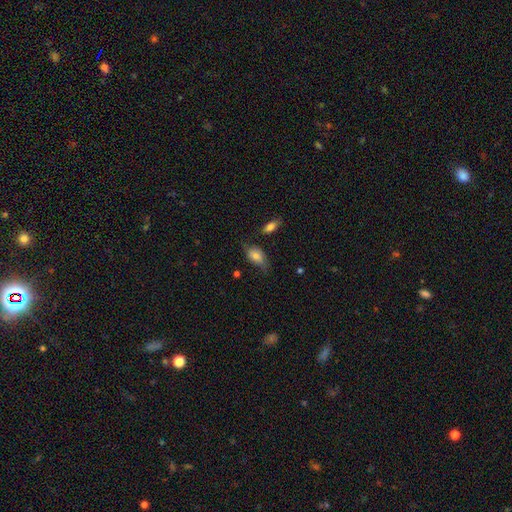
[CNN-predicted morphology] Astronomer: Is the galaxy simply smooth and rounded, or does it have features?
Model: smooth — 70%.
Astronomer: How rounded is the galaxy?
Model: in between — 88%.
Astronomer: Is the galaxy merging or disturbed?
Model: none — 53% (runner-up: minor disturbance, 32%).